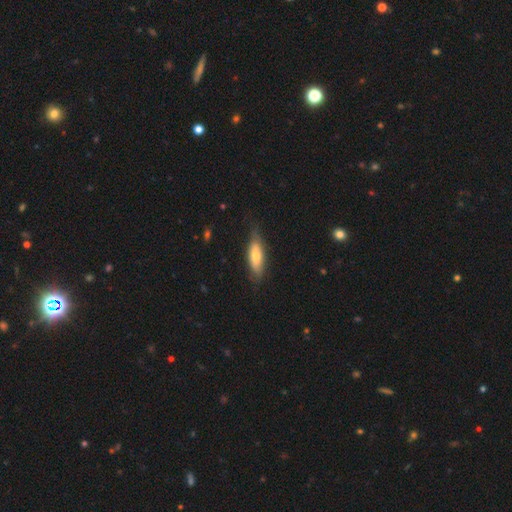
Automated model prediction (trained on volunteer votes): The model was most divided on "how rounded" (2-way tie): in between: 49%, cigar-shaped: 49%, round: 2%. More confident: merging — none (73%); smooth or featured — smooth (62%).